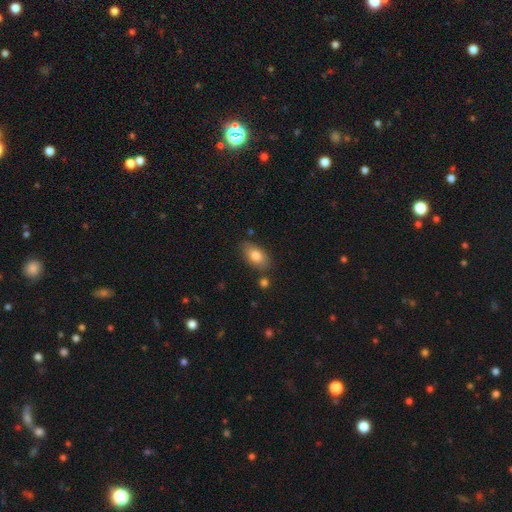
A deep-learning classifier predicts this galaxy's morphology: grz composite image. It shows a smooth galaxy with no disk features (80%) that is in between round and cigar-shaped (90%). Merging: none (77%).